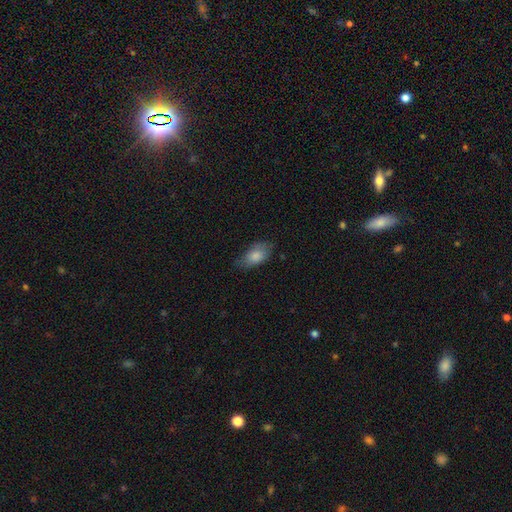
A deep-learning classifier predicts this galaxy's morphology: type=smooth (82%); roundness=in between (91%); merging=none (66%).